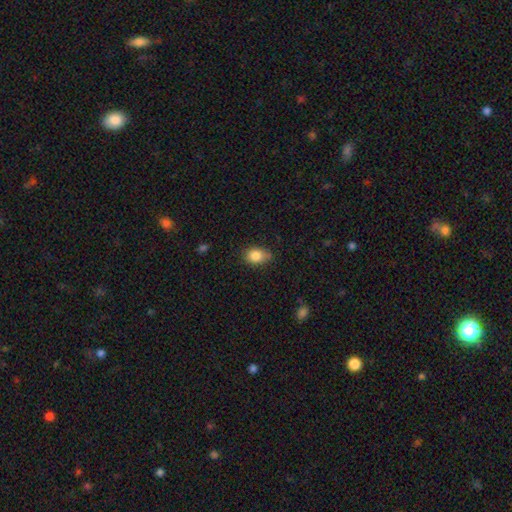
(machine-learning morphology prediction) The model was most divided on "merging": none: 68%, minor disturbance: 26%, major disturbance: 4%, merger: 2%. More confident: smooth or featured — smooth (84%); how rounded — in between (72%).